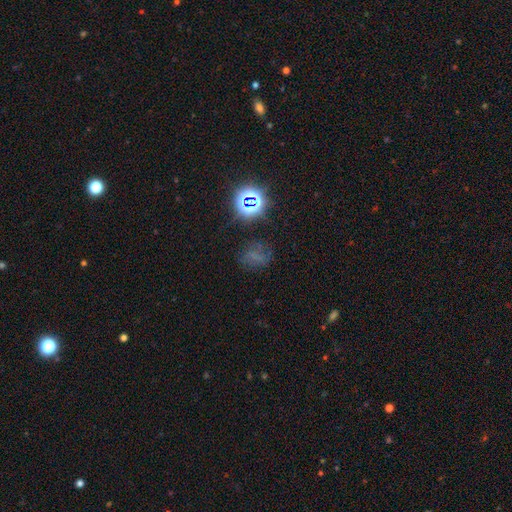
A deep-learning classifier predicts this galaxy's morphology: smooth-or-featured: star or artifact: 43% | smooth: 37% | featured or disk: 20%